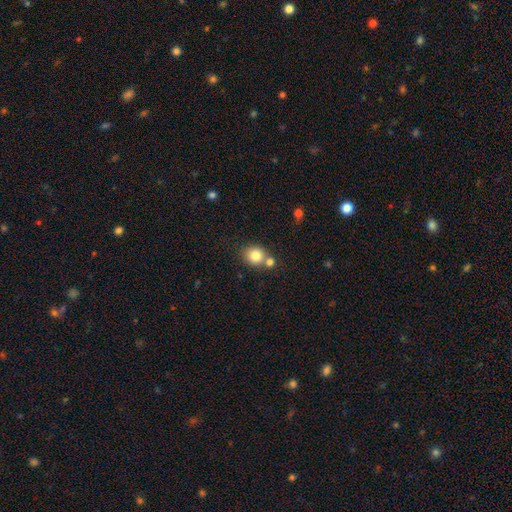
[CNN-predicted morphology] A smooth galaxy with no disk features (82%) that is round (76%). Merging: none (61%).